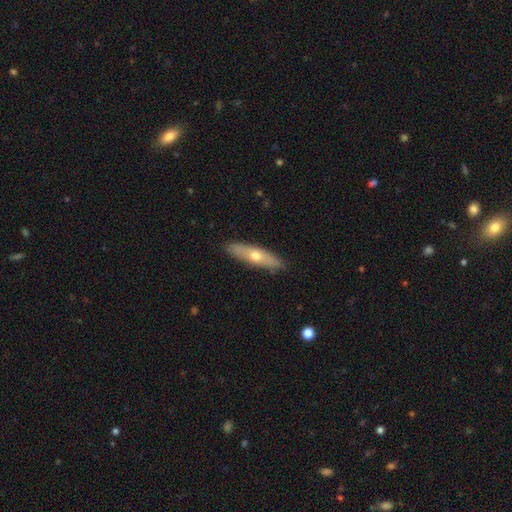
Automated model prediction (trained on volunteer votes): smooth-or-featured: smooth: 53% | featured or disk: 42% | star or artifact: 6%
  how-rounded: cigar-shaped: 71% | in between: 27% | round: 2%
  merging: none: 89% | minor disturbance: 8% | major disturbance: 2% | merger: 1%